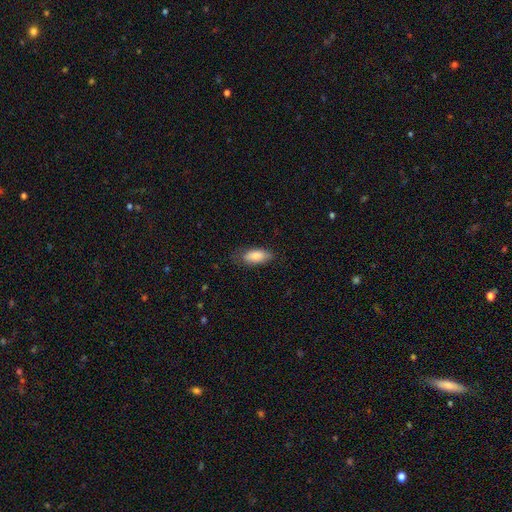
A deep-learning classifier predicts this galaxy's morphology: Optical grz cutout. It shows a smooth galaxy with no disk features (82%) that is in between round and cigar-shaped (86%). Merging: none (73%).